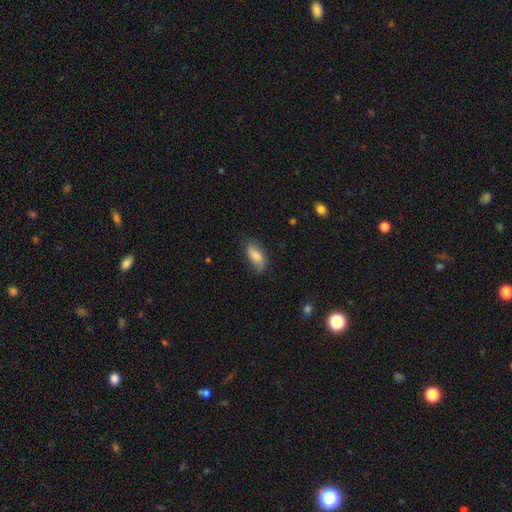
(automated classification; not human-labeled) Q: Smooth or featured?
A: smooth (79%); runner-up: featured or disk (14%)
Q: How rounded?
A: in between (85%); runner-up: cigar-shaped (12%)
Q: Merging?
A: none (68%); runner-up: minor disturbance (25%)